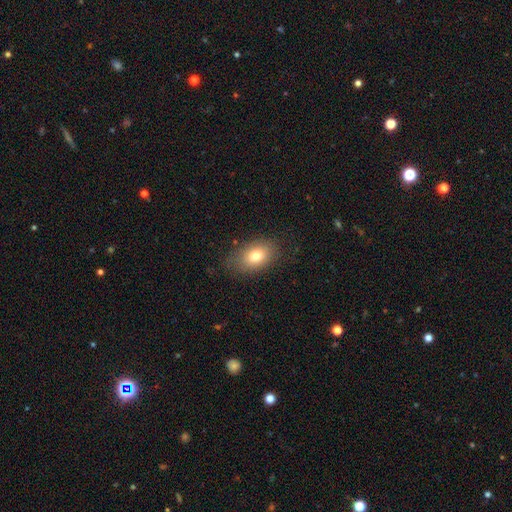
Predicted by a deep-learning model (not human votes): smooth 77%, featured or disk 13%, star or artifact 10%. Down the decision tree: how rounded — in between (83%); merging — none (79%).